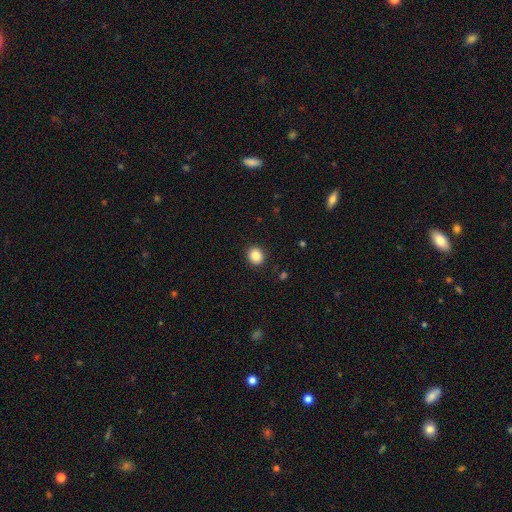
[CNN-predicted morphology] Q: Smooth or featured?
A: smooth (86%); runner-up: star or artifact (10%)
Q: How rounded?
A: round (77%); runner-up: in between (22%)
Q: Merging?
A: none (91%); runner-up: minor disturbance (6%)